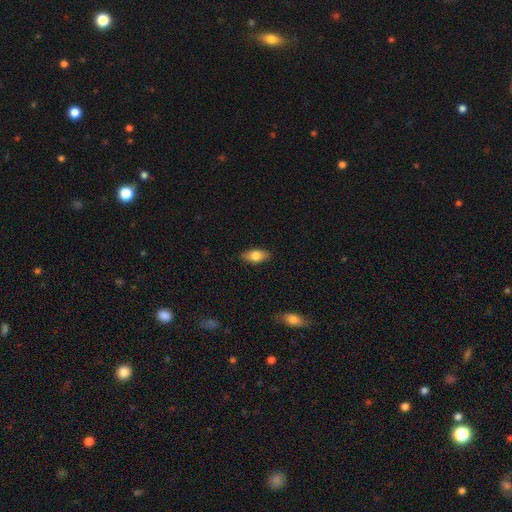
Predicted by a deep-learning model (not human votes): Q: Smooth or featured?
A: smooth (76%); runner-up: featured or disk (17%)
Q: How rounded?
A: in between (87%); runner-up: cigar-shaped (9%)
Q: Merging?
A: none (87%); runner-up: minor disturbance (10%)